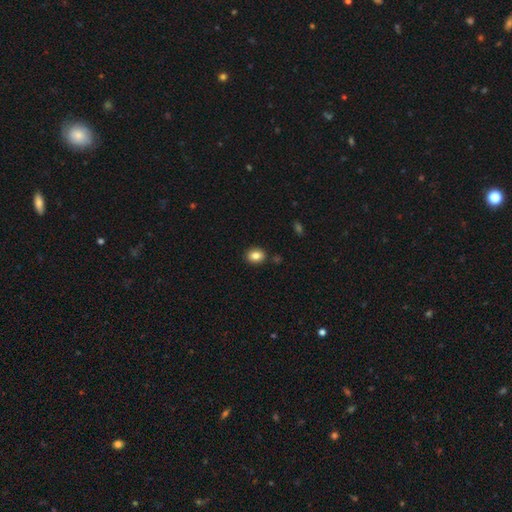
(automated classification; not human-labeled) Morphology: type=smooth (84%); roundness=in between (55%); merging=none (87%).